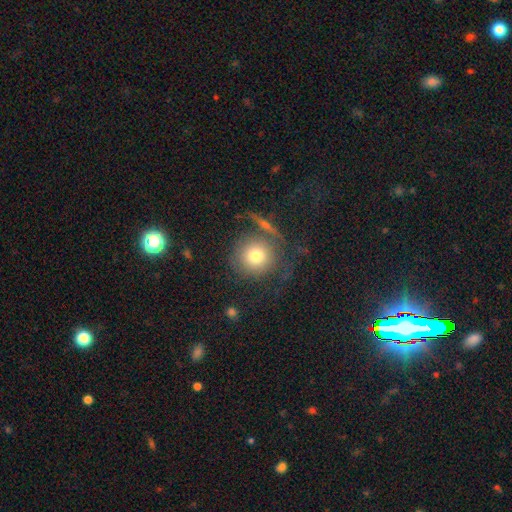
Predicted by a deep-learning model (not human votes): Overall: smooth (71%). How rounded: round (93%). Merging: none (62%).